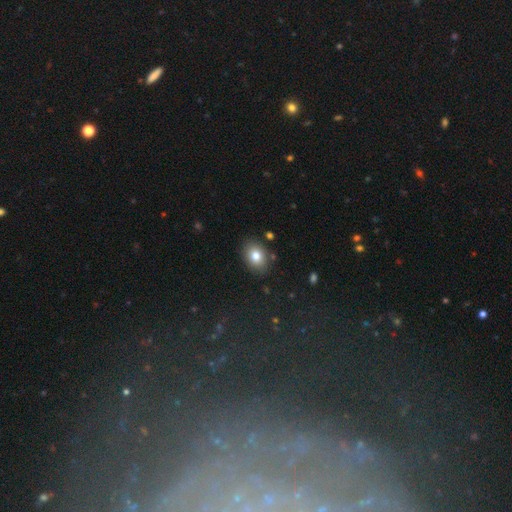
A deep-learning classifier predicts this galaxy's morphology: A smooth galaxy with no disk features (79%) that is in between round and cigar-shaped (62%). Merging: none (85%).